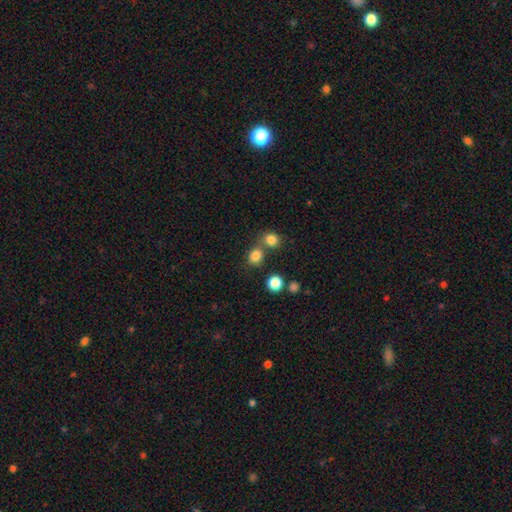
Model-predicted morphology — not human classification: Smooth or featured? smooth (81%)
How rounded? round (74%)
Merging? none (60%)